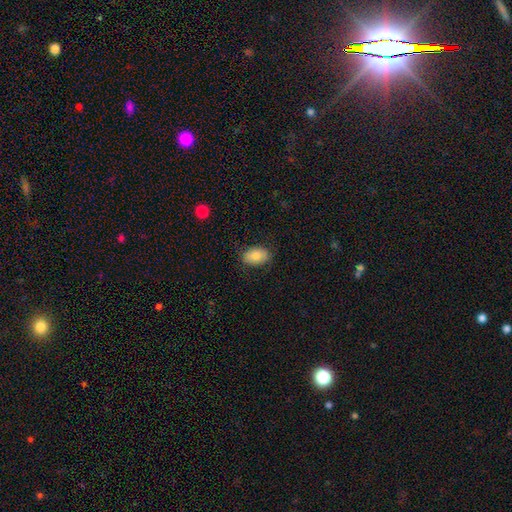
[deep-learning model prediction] smooth_or_featured: smooth (p=0.84) [alt: featured or disk p=0.09]
how_rounded: in between (p=0.88) [alt: round p=0.11]
merging: none (p=0.83) [alt: minor disturbance p=0.13]